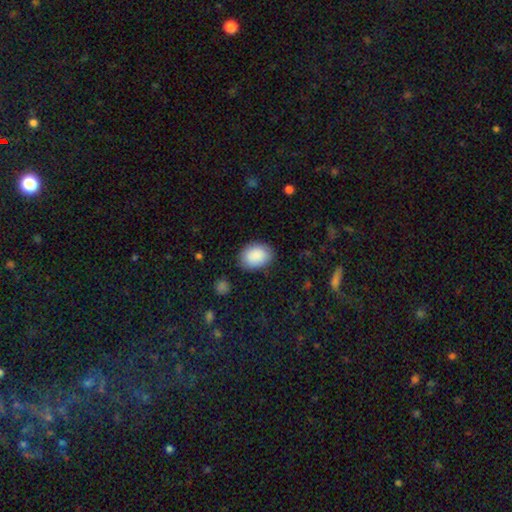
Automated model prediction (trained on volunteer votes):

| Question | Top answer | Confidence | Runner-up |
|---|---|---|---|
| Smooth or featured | smooth | 89% | star or artifact (6%) |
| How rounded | in between | 72% | round (27%) |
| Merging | none | 83% | minor disturbance (12%) |